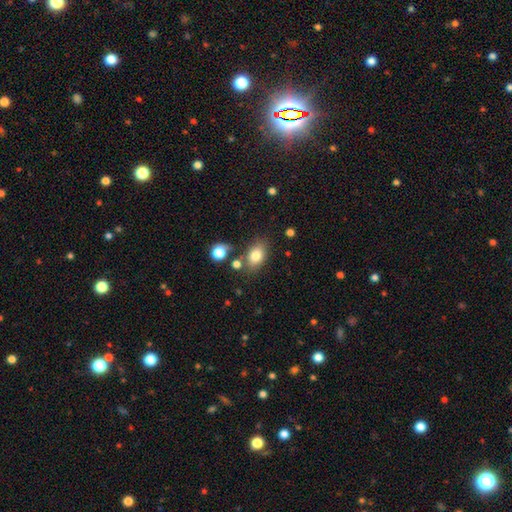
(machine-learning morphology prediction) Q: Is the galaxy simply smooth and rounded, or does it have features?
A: smooth — 79%.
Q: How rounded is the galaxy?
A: in between — 80%.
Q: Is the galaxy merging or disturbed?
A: none — 70%.